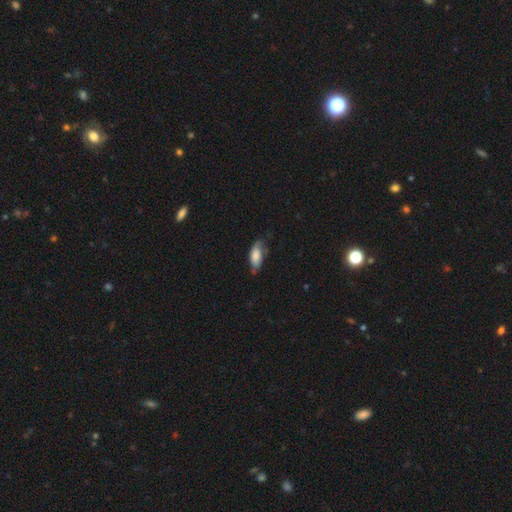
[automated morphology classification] A smooth galaxy with no disk features (67%) that is in between round and cigar-shaped (82%).

Vote fractions:
- Smooth or featured? smooth: 67% / featured or disk: 26% / star or artifact: 7%
- How rounded? in between: 82% / cigar-shaped: 16% / round: 3%
- Merging? none: 52% / minor disturbance: 34% / major disturbance: 11% / merger: 2%